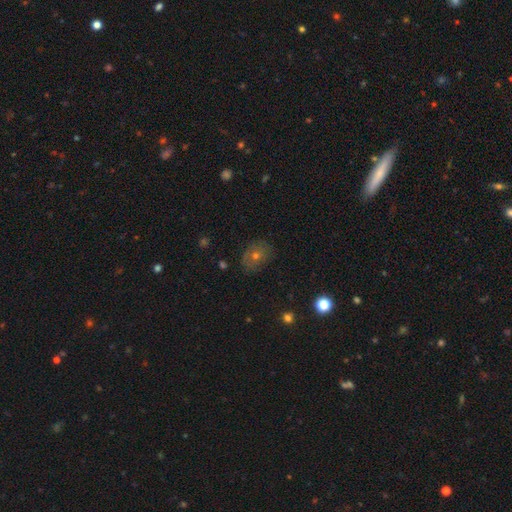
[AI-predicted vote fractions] Smooth or featured: smooth — 51% (featured or disk — 27%)
How rounded: in between — 53% (round — 46%)
Merging: none — 77% (minor disturbance — 16%)